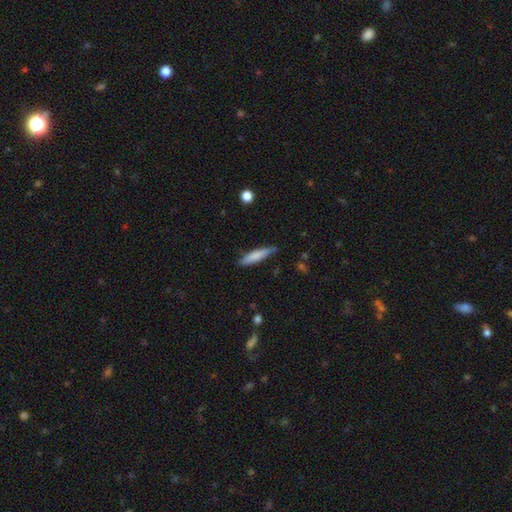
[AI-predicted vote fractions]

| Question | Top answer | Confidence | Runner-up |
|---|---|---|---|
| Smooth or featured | smooth | 77% | featured or disk (18%) |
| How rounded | cigar-shaped | 83% | in between (15%) |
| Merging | none | 79% | minor disturbance (17%) |